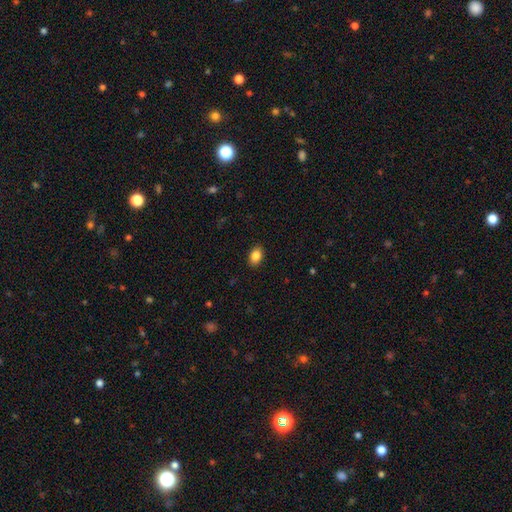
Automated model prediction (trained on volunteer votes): Q: Smooth or featured?
A: smooth (87%); runner-up: star or artifact (8%)
Q: How rounded?
A: in between (82%); runner-up: round (17%)
Q: Merging?
A: none (90%); runner-up: minor disturbance (8%)